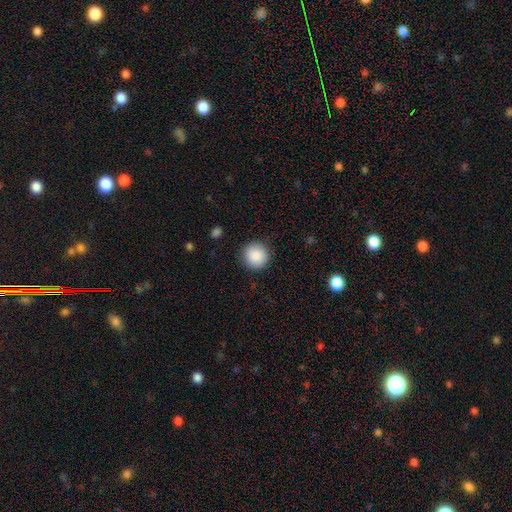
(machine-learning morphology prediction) Smooth or featured? smooth (88%)
How rounded? round (94%)
Merging? none (90%)